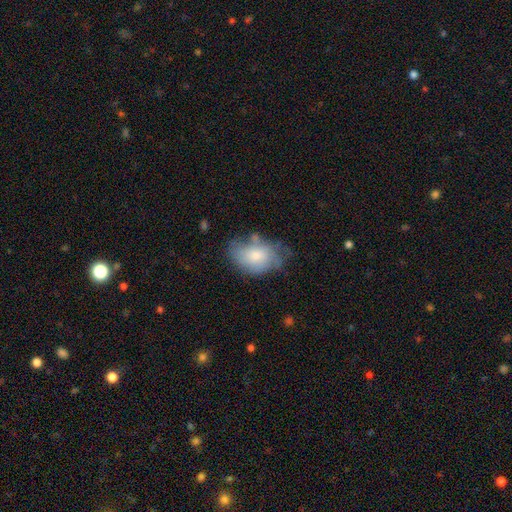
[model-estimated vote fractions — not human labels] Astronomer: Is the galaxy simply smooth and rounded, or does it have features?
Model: smooth — 64%.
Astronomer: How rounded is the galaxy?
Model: in between — 85%.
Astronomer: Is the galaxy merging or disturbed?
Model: none — 46% (runner-up: minor disturbance, 34%).